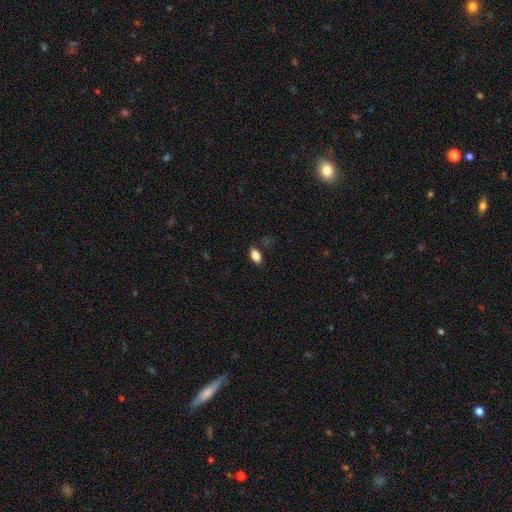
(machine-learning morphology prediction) A smooth galaxy with no disk features (83%) that is in between round and cigar-shaped (90%). Merging: none (82%).